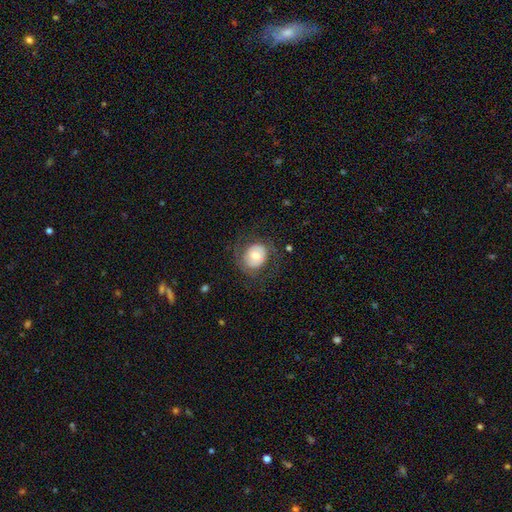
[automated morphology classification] The model was most divided on "smooth or featured": smooth: 53%, featured or disk: 39%, star or artifact: 8%. More confident: merging — none (69%); how rounded — round (64%).